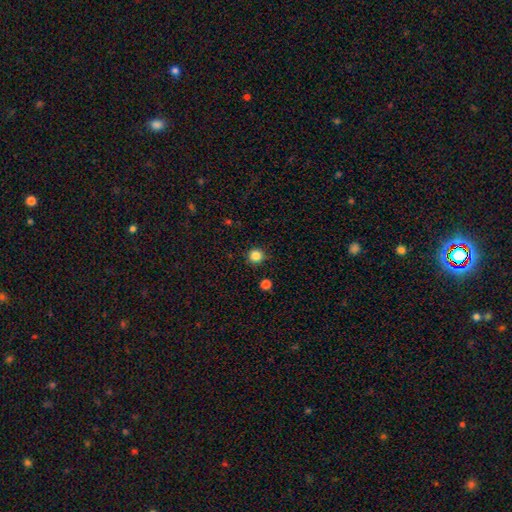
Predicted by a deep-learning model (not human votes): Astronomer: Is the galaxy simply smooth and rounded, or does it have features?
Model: smooth — 85%.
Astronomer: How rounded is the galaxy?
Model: round — 95%.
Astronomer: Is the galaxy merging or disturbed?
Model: none — 89%.